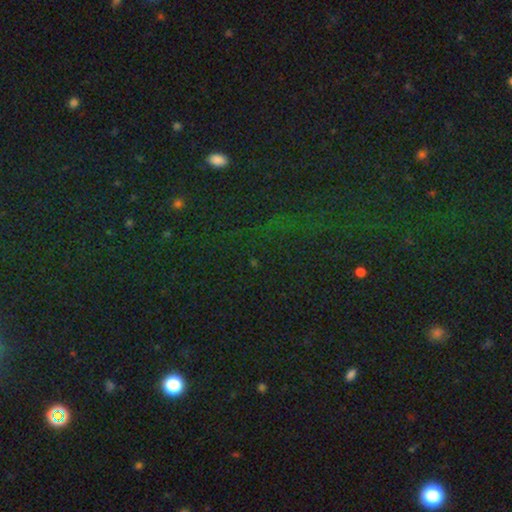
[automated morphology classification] Smooth or featured? star or artifact (77%)